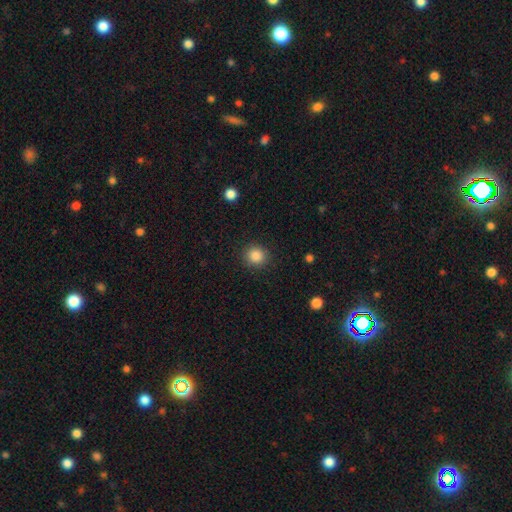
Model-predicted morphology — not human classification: This is clearly a smooth galaxy (86%). How rounded: clearly round (90%). Merging: clearly none (90%).